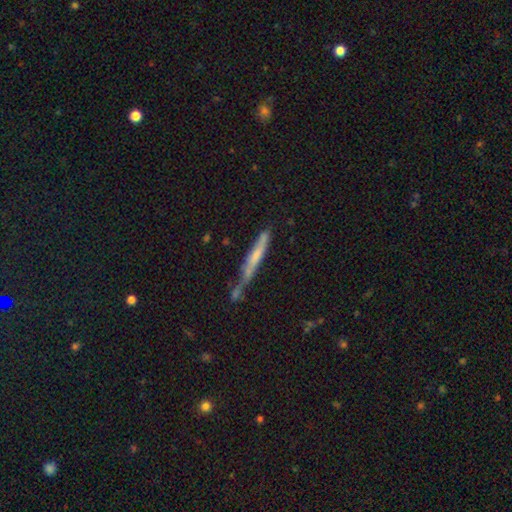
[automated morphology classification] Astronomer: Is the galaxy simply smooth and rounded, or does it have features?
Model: smooth — 48% (runner-up: featured or disk, 44%).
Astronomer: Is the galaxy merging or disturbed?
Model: none — 47% (runner-up: minor disturbance, 25%).